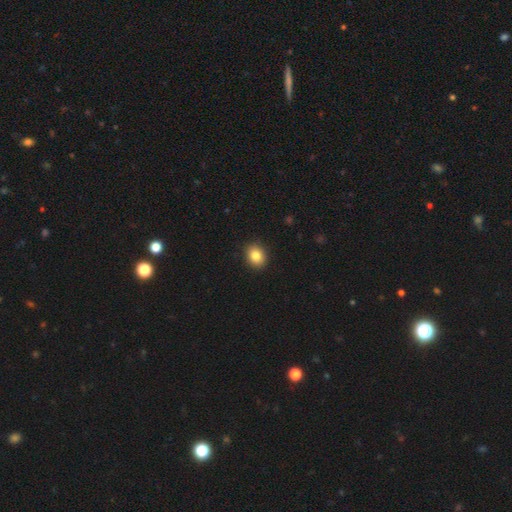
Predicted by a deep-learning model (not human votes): Smooth or featured?
  - smooth: 85% *
  - star or artifact: 9%
  - featured or disk: 6%
How rounded?
  - round: 50% *
  - in between: 49%
  - cigar-shaped: 1%
Merging?
  - none: 90% *
  - minor disturbance: 7%
  - major disturbance: 2%
  - merger: 1%